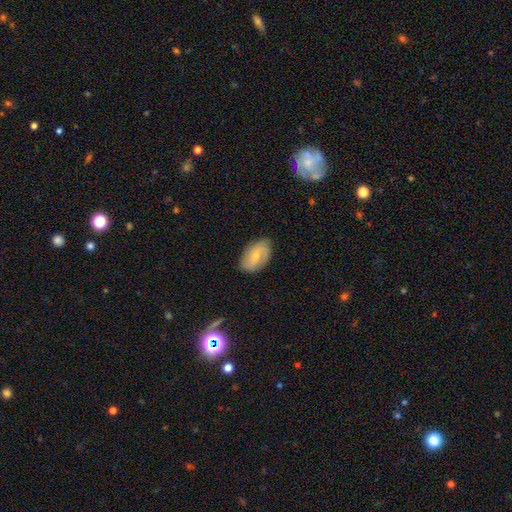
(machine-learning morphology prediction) smooth-or-featured: smooth: 54% | featured or disk: 39% | star or artifact: 7%
  how-rounded: in between: 90% | round: 8% | cigar-shaped: 2%
  merging: none: 76% | minor disturbance: 19% | major disturbance: 4% | merger: 1%